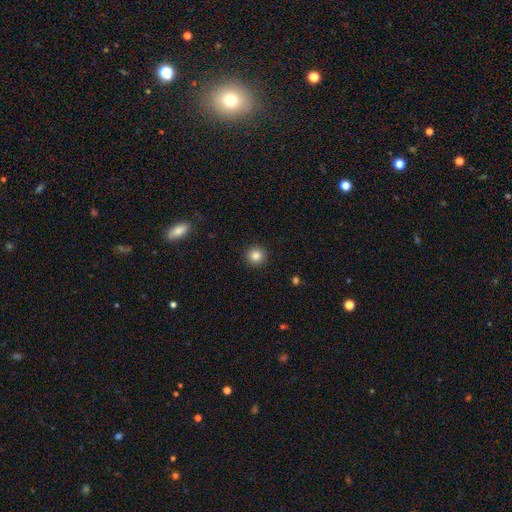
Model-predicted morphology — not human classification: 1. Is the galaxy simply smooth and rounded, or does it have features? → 84% smooth, 11% star or artifact, 6% featured or disk.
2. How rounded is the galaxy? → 94% round, 5% in between, 1% cigar-shaped.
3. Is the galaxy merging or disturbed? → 92% none, 5% minor disturbance, 2% major disturbance, 1% merger.